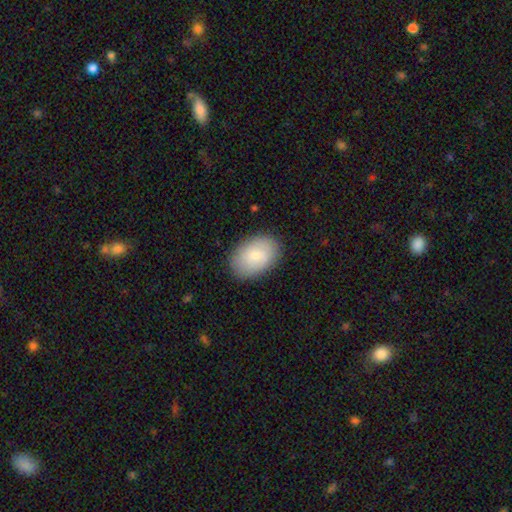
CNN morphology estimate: Overall: smooth (80%). How rounded: in between (87%). Merging: none (86%).